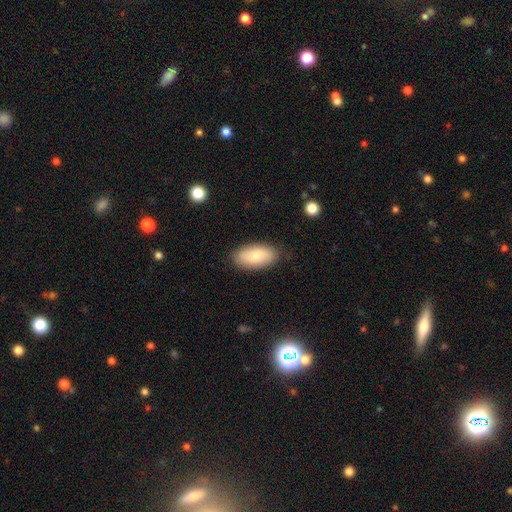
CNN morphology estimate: A smooth galaxy with no disk features (80%) that is in between round and cigar-shaped (93%).

Vote fractions:
- Smooth or featured? smooth: 80% / featured or disk: 14% / star or artifact: 6%
- How rounded? in between: 93% / cigar-shaped: 5% / round: 3%
- Merging? none: 83% / minor disturbance: 13% / major disturbance: 3% / merger: 1%